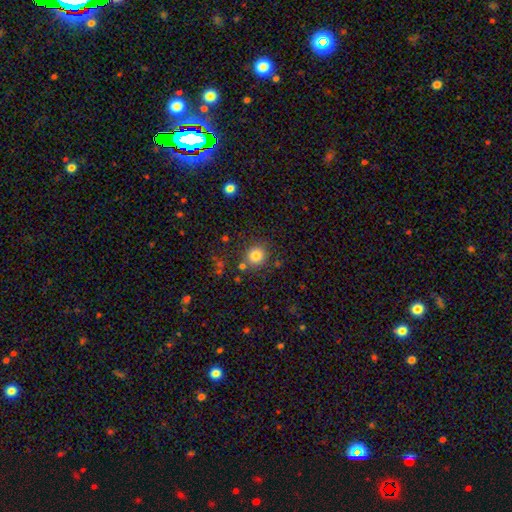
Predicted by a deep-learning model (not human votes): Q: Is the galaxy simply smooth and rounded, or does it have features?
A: smooth — 82%.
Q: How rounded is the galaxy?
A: round — 90%.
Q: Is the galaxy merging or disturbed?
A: none — 82%.